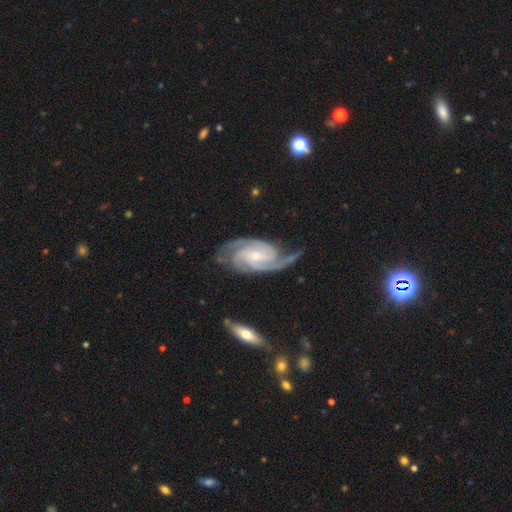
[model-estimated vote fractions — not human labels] Smooth or featured? Predicted: featured or disk (p=0.92). Edge-on disk? Predicted: no (p=0.97). Bar? Predicted: no (p=0.45). Spiral arms? Predicted: yes (p=0.99). Spiral winding? Predicted: tight (p=0.59). Spiral arm count? Predicted: 2 (p=0.56). Bulge size? Predicted: small (p=0.63). Merging? Predicted: none (p=0.74).